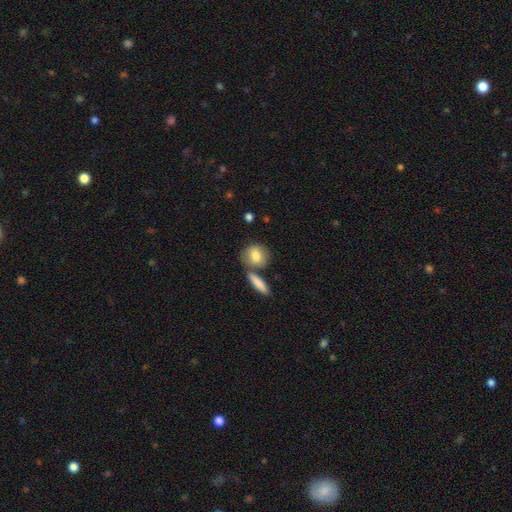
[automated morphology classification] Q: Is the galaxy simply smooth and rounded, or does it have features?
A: smooth — 78%.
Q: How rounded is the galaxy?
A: round — 65%.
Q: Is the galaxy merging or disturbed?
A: none — 60%.